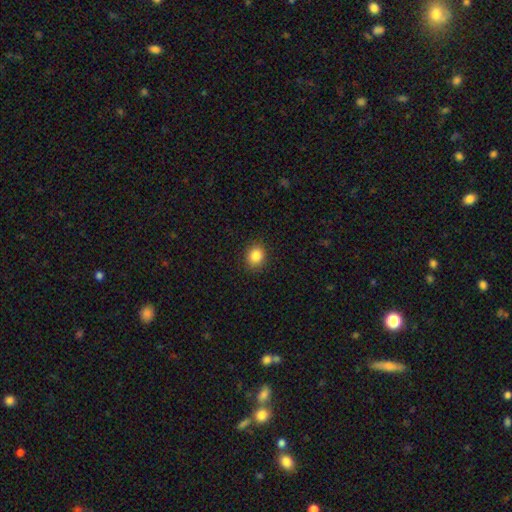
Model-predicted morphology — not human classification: A smooth galaxy with no disk features (86%) that is round (68%). Merging: none (90%).